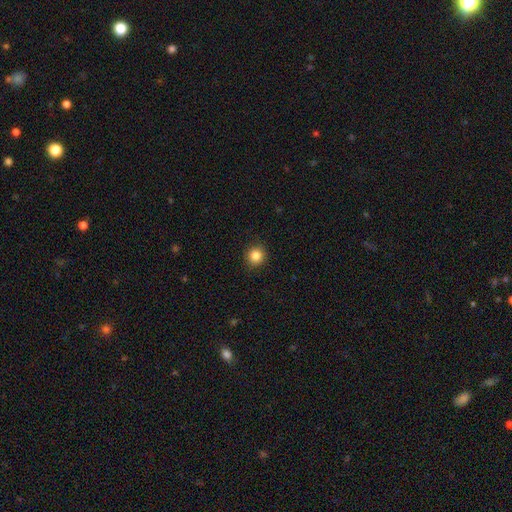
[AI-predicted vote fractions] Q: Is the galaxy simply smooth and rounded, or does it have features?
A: smooth — 85%.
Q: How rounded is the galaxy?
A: round — 92%.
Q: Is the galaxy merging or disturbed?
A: none — 91%.